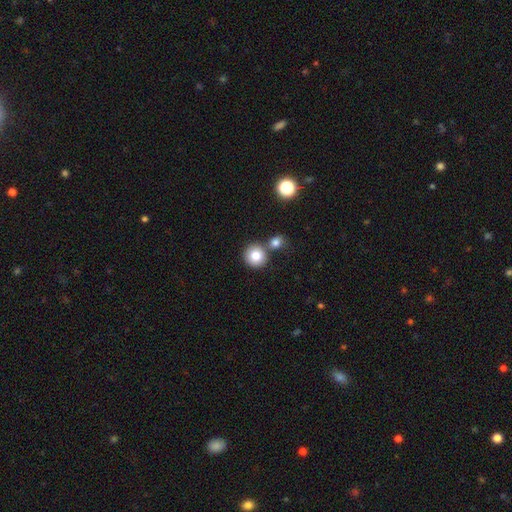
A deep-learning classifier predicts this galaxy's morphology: smooth-or-featured: smooth: 81% | star or artifact: 10% | featured or disk: 9%
  how-rounded: round: 93% | in between: 6% | cigar-shaped: 1%
  merging: none: 67% | merger: 22% | minor disturbance: 8% | major disturbance: 3%